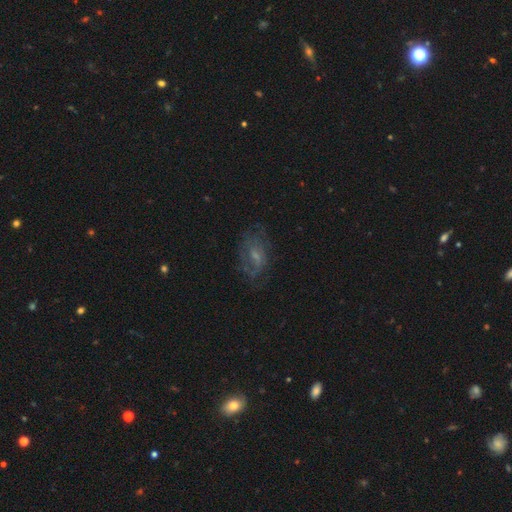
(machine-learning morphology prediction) This appears to be a featured or disk galaxy (60%) with no bar (48%), spiral arms (71%) and a small central bulge (49%). Merging: none (58%).